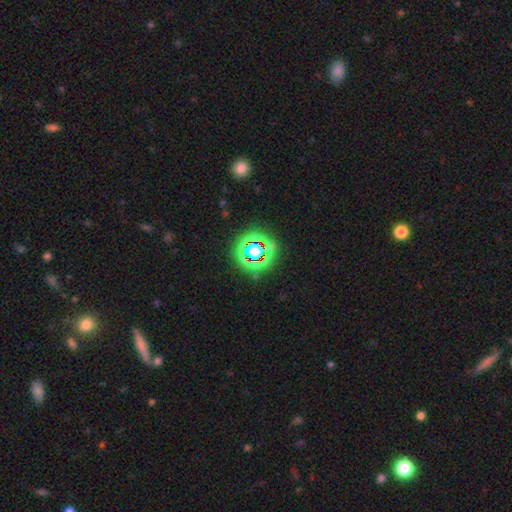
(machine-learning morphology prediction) Smooth or featured? Predicted: star or artifact (p=0.72).